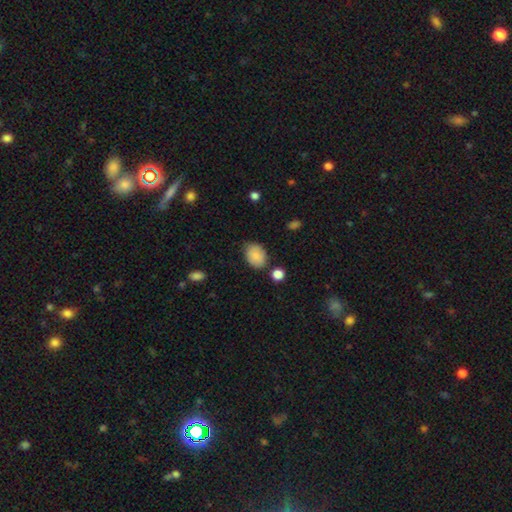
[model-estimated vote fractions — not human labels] Smooth or featured? smooth (87%)
How rounded? in between (73%)
Merging? none (73%)